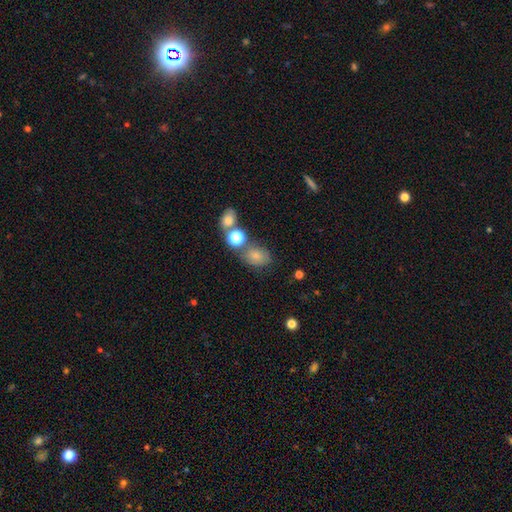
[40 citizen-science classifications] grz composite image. It shows a smooth galaxy with no disk features (80%) that is in between round and cigar-shaped (59%). Merging: none (42%).